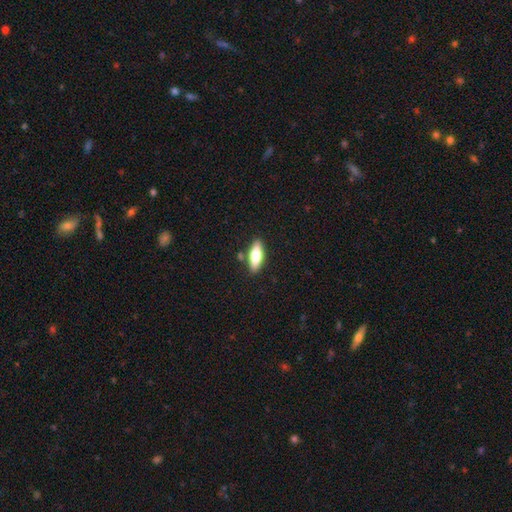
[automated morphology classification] Smooth or featured?
  - smooth: 68% *
  - featured or disk: 26%
  - star or artifact: 6%
How rounded?
  - in between: 60% *
  - cigar-shaped: 37%
  - round: 3%
Merging?
  - none: 83% *
  - minor disturbance: 10%
  - merger: 5%
  - major disturbance: 2%